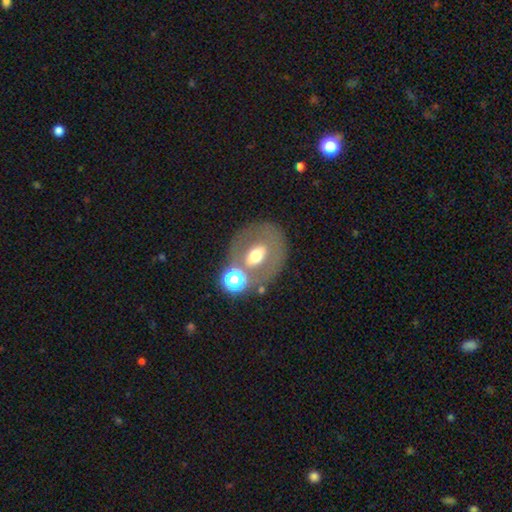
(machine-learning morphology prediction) The model was most divided on "smooth or featured" (2-way tie): featured or disk: 44%, smooth: 44%, star or artifact: 11%. More confident: merging — none (61%).